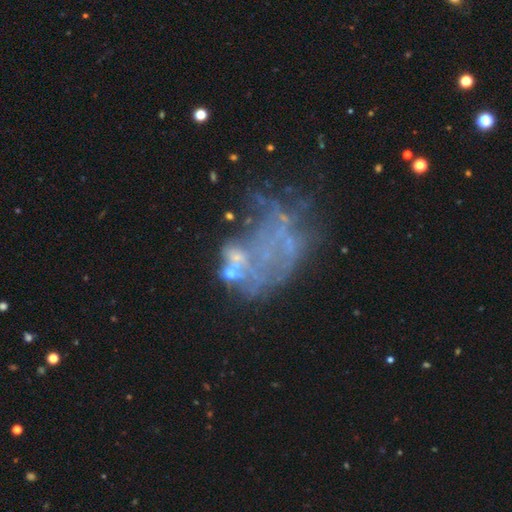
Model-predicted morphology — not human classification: The model was most divided on "merging": major disturbance: 37%, none: 32%, minor disturbance: 17%, merger: 14%. More confident: edge-on disk — no (97%); bar — no (92%); spiral arms — no (90%); bulge size — none (84%); smooth or featured — featured or disk (53%).